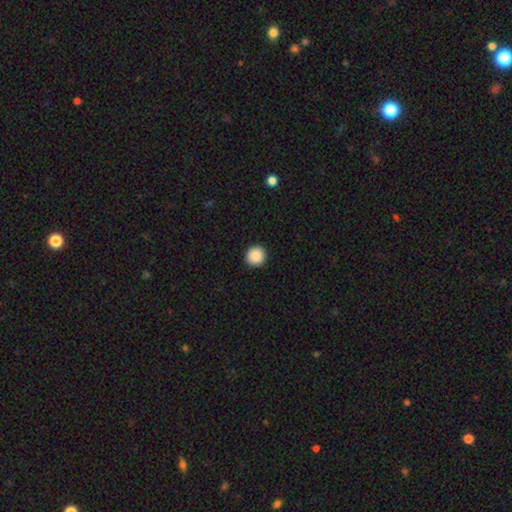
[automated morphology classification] Smooth or featured?
  - smooth: 89% *
  - star or artifact: 8%
  - featured or disk: 3%
How rounded?
  - round: 94% *
  - in between: 5%
  - cigar-shaped: 1%
Merging?
  - none: 93% *
  - minor disturbance: 4%
  - major disturbance: 1%
  - merger: 1%